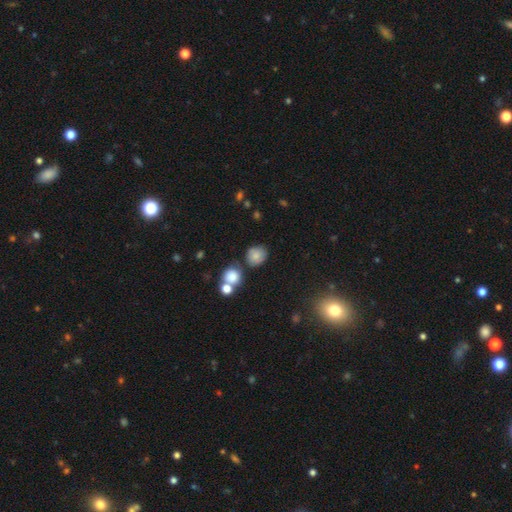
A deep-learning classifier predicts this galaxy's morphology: A smooth galaxy with no disk features (77%) that is round (72%).

Vote fractions:
- Smooth or featured? smooth: 77% / featured or disk: 11% / star or artifact: 11%
- How rounded? round: 72% / in between: 27% / cigar-shaped: 1%
- Merging? none: 66% / minor disturbance: 18% / merger: 11% / major disturbance: 5%